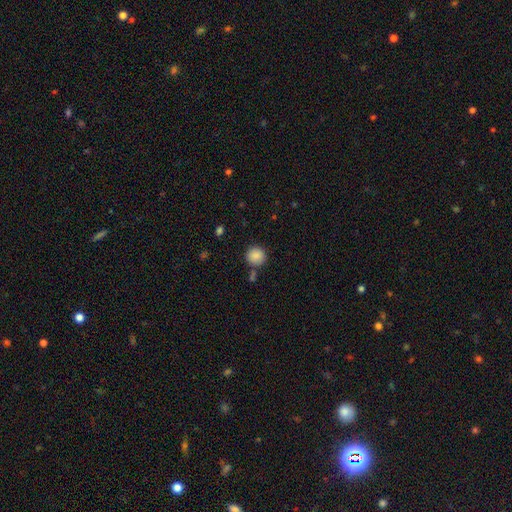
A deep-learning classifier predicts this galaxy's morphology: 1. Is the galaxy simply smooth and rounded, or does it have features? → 88% smooth, 8% star or artifact, 4% featured or disk.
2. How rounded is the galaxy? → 90% round, 9% in between, 1% cigar-shaped.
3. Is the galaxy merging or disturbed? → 80% none, 10% minor disturbance, 7% merger, 3% major disturbance.